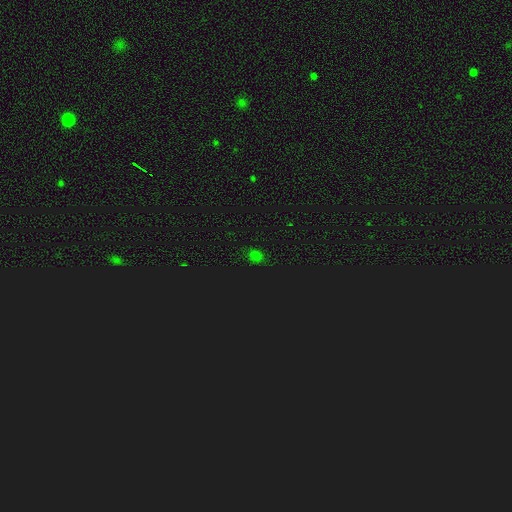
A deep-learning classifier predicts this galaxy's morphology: This appears to be a smooth galaxy with no disk features (63%) that is round (53%). Merging: none (85%).